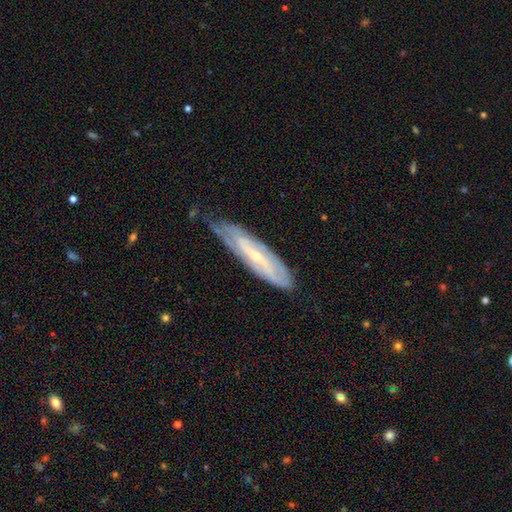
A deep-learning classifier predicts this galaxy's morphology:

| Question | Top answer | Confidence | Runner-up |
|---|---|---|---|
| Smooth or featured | featured or disk | 75% | smooth (19%) |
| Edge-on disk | no | 71% | yes (29%) |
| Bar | weak | 39% | strong (31%) |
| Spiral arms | yes | 86% | no (14%) |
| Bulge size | small | 74% | moderate (21%) |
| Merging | none | 63% | minor disturbance (28%) |